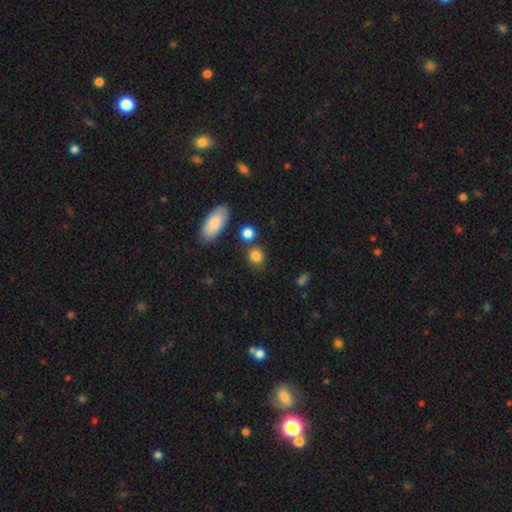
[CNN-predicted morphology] type=smooth (85%); roundness=round (67%); merging=none (73%).